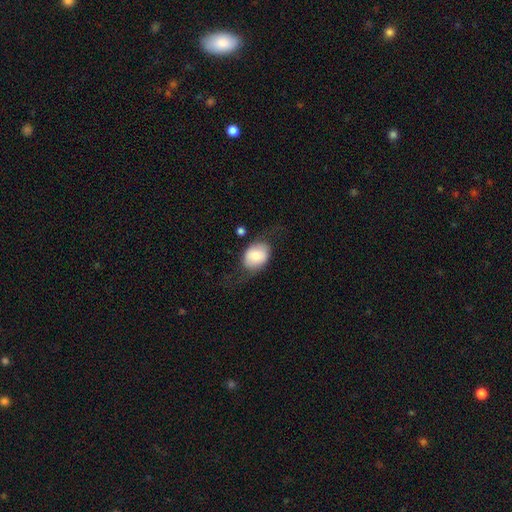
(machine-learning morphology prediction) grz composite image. It shows a smooth galaxy with no disk features (70%) that is in between round and cigar-shaped (64%). Merging: none (57%).